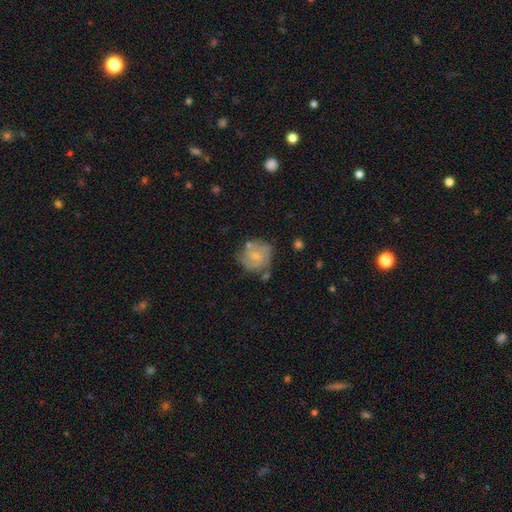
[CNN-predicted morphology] smooth_or_featured: featured or disk (p=0.60) [alt: smooth p=0.33]
disk_edge_on: no (p=0.98) [alt: yes p=0.02]
bar: no (p=0.62) [alt: weak p=0.33]
has_spiral_arms: yes (p=0.84) [alt: no p=0.16]
bulge_size: small (p=0.52) [alt: moderate p=0.27]
merging: none (p=0.60) [alt: minor disturbance p=0.23]